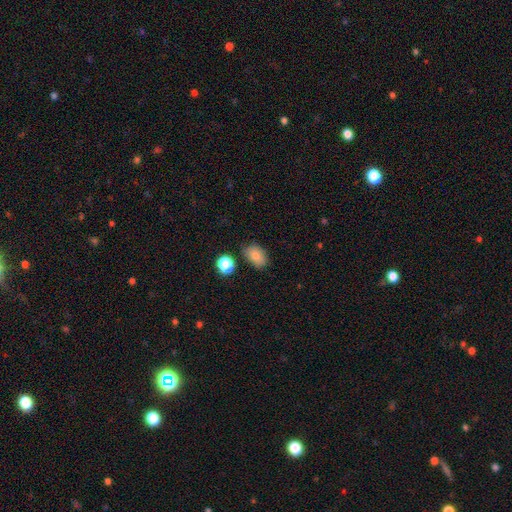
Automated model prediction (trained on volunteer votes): This is clearly a smooth galaxy (82%). How rounded: clearly in between (81%). Merging: likely none (75%).